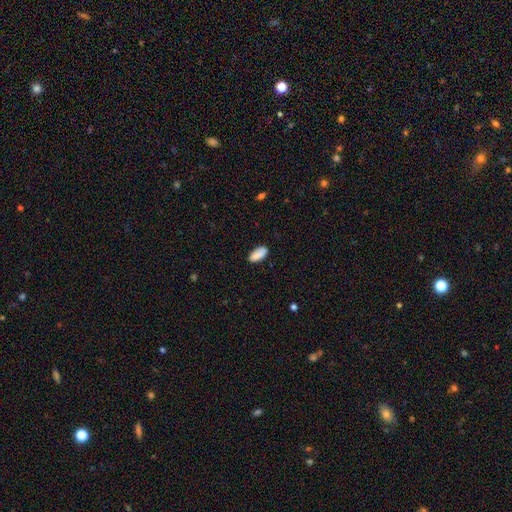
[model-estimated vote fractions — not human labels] Smooth or featured? Predicted: smooth (p=0.87). How rounded? Predicted: in between (p=0.89). Merging? Predicted: none (p=0.80).